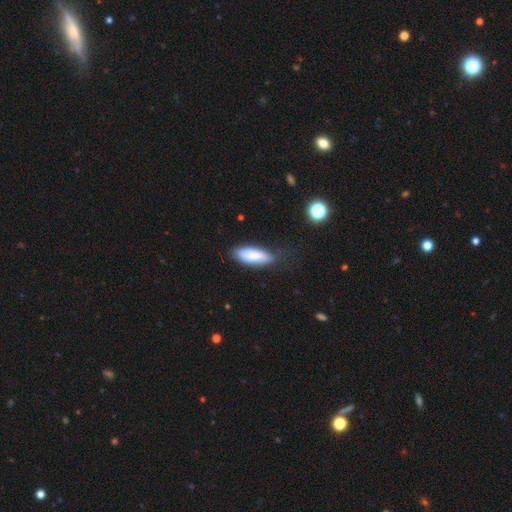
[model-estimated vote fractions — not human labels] This appears to be a smooth galaxy with no disk features (75%) that is in between round and cigar-shaped (67%). Merging: none (61%).